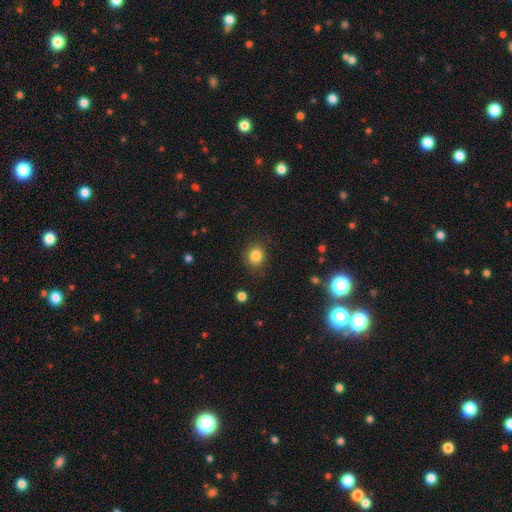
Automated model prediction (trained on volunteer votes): Morphology: type=smooth (84%); roundness=round (76%); merging=none (86%).